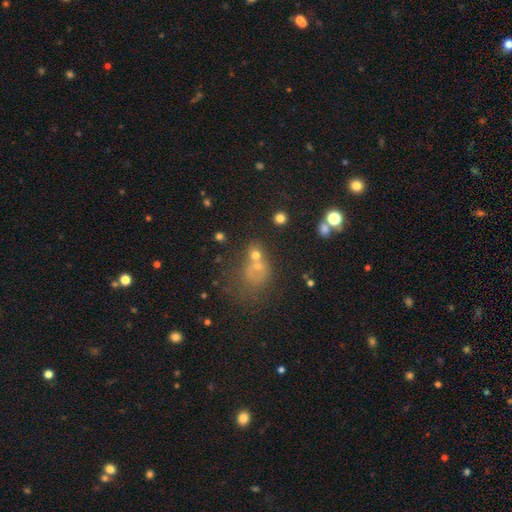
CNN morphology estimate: smooth-or-featured: smooth: 42% | star or artifact: 41% | featured or disk: 17%
  merging: none: 45% | merger: 22% | major disturbance: 17% | minor disturbance: 16%